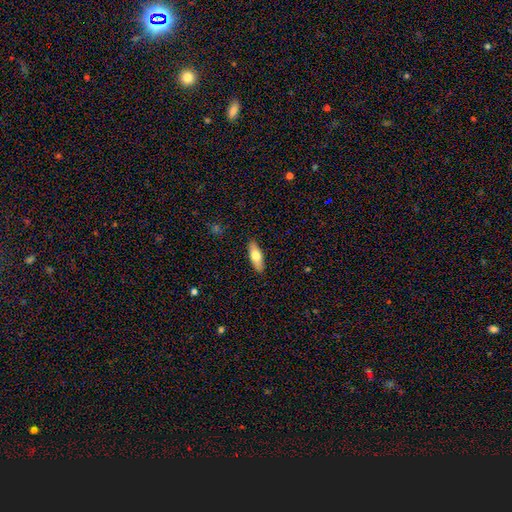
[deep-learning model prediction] Smooth or featured? smooth (68%)
How rounded? in between (58%)
Merging? none (90%)